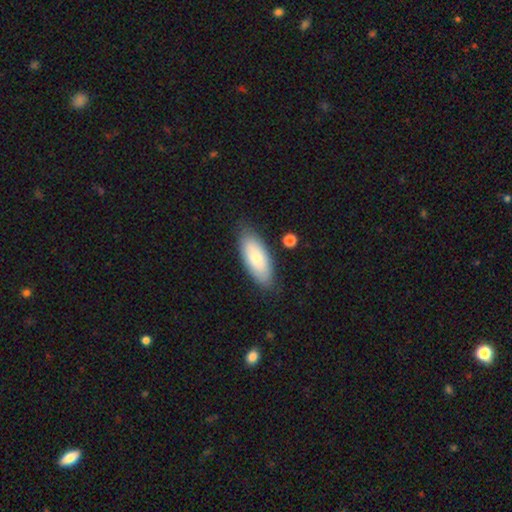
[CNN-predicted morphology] A smooth galaxy with no disk features (73%) that is in between round and cigar-shaped (84%). Merging: none (83%).